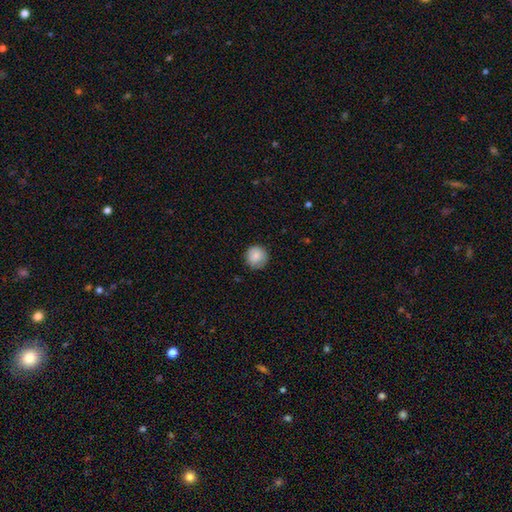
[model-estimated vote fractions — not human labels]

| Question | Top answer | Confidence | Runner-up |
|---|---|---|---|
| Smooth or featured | smooth | 85% | star or artifact (8%) |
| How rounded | round | 94% | in between (5%) |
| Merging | none | 84% | minor disturbance (12%) |